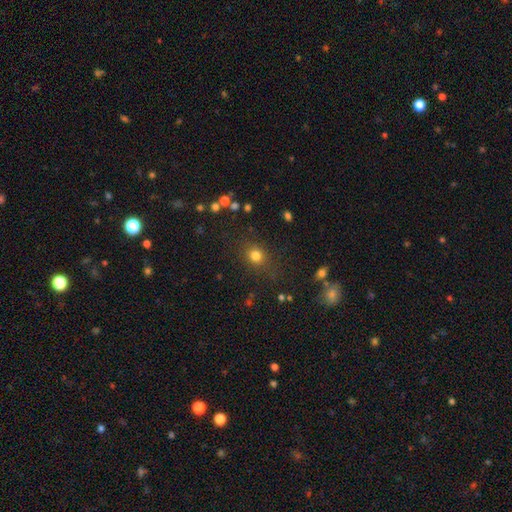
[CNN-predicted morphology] Overall: smooth (78%). How rounded: round (75%). Merging: none (81%).